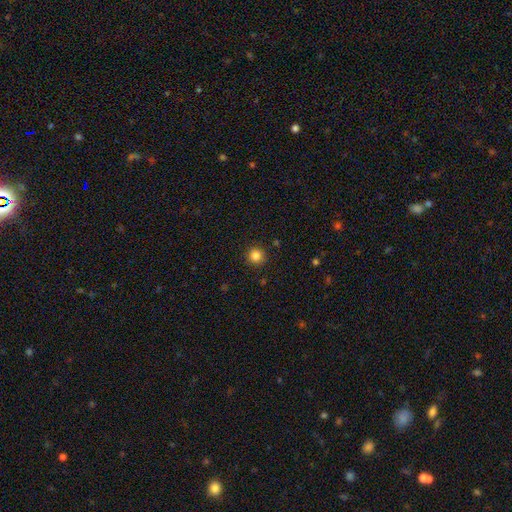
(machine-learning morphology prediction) A smooth galaxy with no disk features (85%) that is round (95%).

Vote fractions:
- Smooth or featured? smooth: 85% / star or artifact: 11% / featured or disk: 4%
- How rounded? round: 95% / in between: 4% / cigar-shaped: 1%
- Merging? none: 91% / minor disturbance: 6% / major disturbance: 2% / merger: 1%